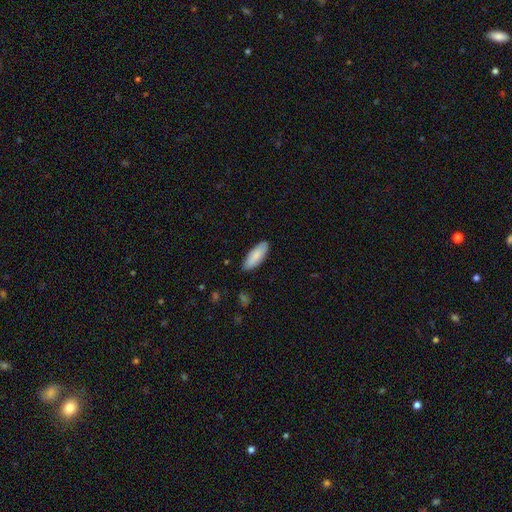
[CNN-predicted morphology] Smooth or featured? Predicted: smooth (p=0.85). How rounded? Predicted: in between (p=0.70). Merging? Predicted: none (p=0.86).